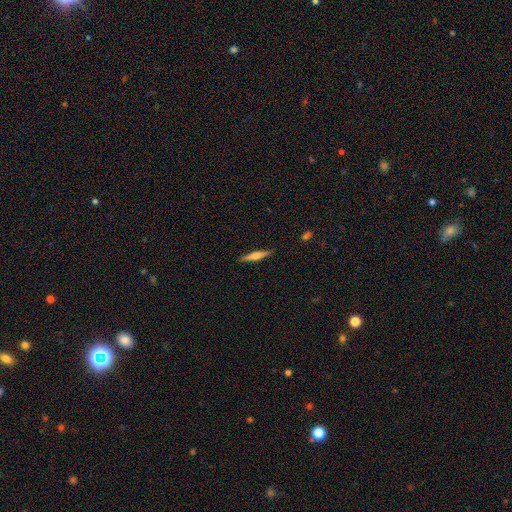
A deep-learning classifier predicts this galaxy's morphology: Smooth or featured: featured or disk — 49% (smooth — 45%)
Merging: none — 90% (minor disturbance — 8%)